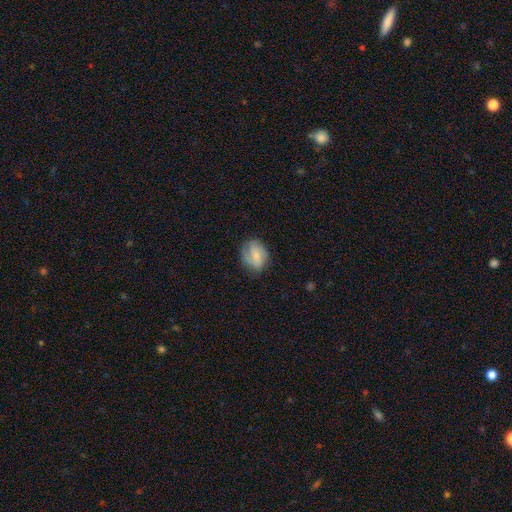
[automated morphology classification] Smooth or featured: smooth — 53% (featured or disk — 39%)
How rounded: in between — 53% (round — 45%)
Merging: none — 70% (minor disturbance — 21%)